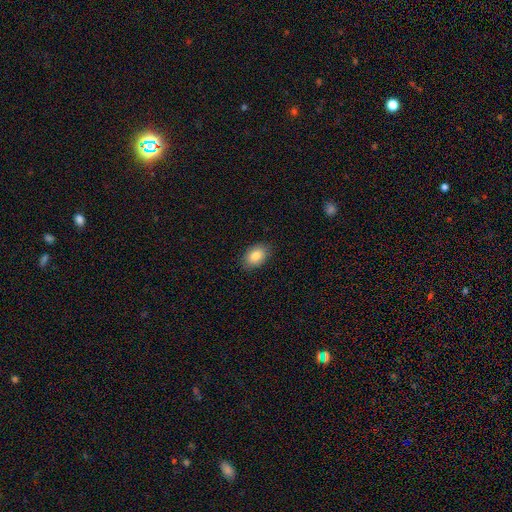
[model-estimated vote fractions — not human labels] smooth-or-featured: smooth: 85% | featured or disk: 8% | star or artifact: 7%
  how-rounded: in between: 87% | round: 12% | cigar-shaped: 1%
  merging: none: 87% | minor disturbance: 10% | major disturbance: 2% | merger: 1%